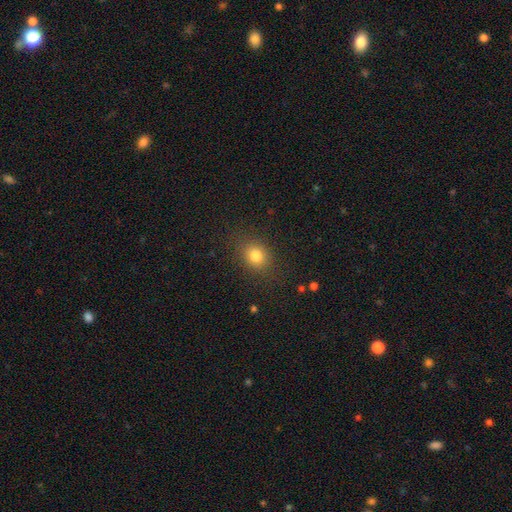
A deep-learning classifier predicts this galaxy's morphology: A smooth galaxy with no disk features (81%) that is round (61%). Merging: none (84%).